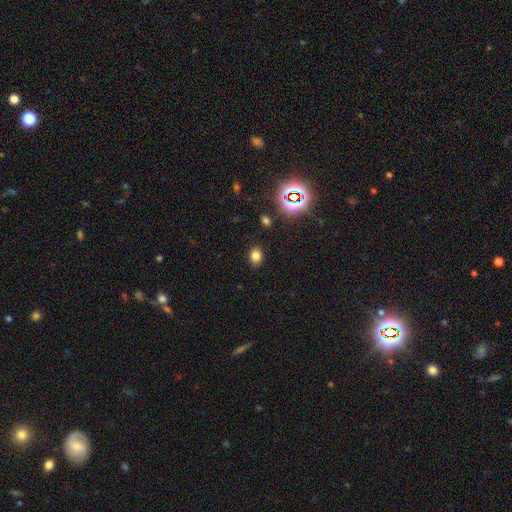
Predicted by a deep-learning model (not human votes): Smooth or featured: smooth — 77% (star or artifact — 17%)
How rounded: in between — 63% (round — 36%)
Merging: none — 87% (minor disturbance — 9%)